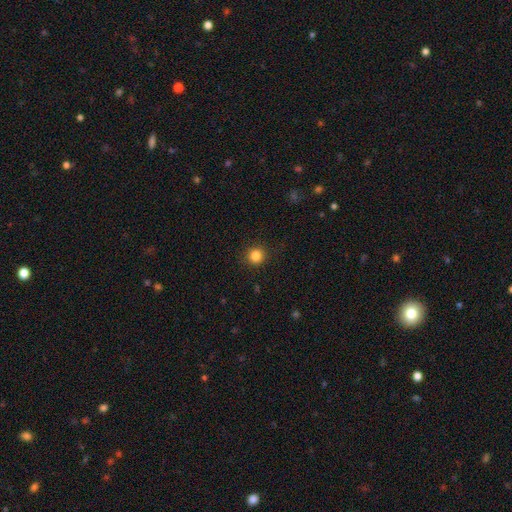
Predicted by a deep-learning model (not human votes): A smooth galaxy with no disk features (84%) that is round (94%).

Vote fractions:
- Smooth or featured? smooth: 84% / star or artifact: 12% / featured or disk: 4%
- How rounded? round: 94% / in between: 5% / cigar-shaped: 1%
- Merging? none: 91% / minor disturbance: 6% / major disturbance: 2% / merger: 1%